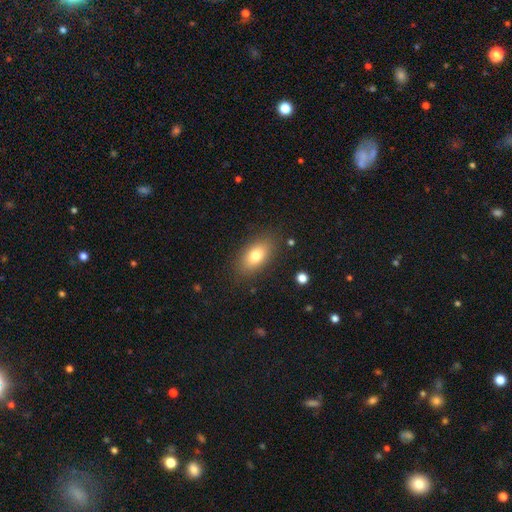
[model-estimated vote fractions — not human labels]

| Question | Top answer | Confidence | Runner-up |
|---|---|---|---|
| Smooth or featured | smooth | 77% | featured or disk (14%) |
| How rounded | in between | 88% | round (8%) |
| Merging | none | 84% | minor disturbance (11%) |